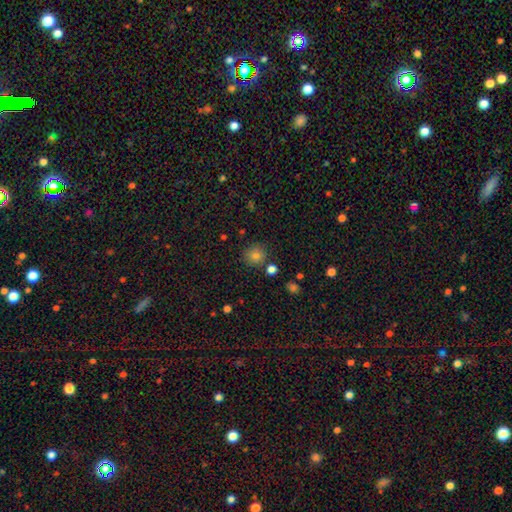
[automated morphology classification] smooth_or_featured: smooth (p=0.78) [alt: star or artifact p=0.16]
how_rounded: round (p=0.92) [alt: in between p=0.07]
merging: none (p=0.84) [alt: minor disturbance p=0.08]